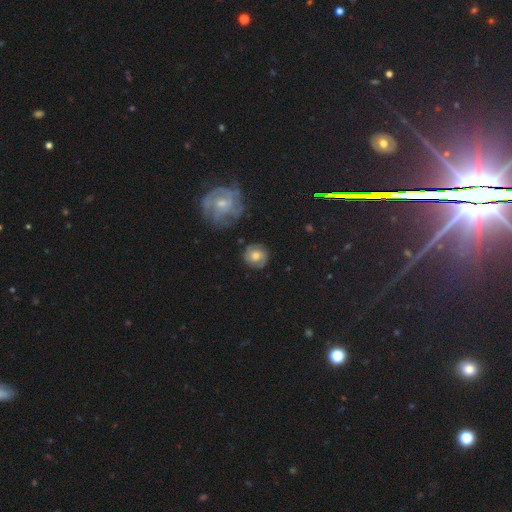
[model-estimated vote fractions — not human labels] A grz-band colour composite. It shows a smooth galaxy with no disk features (47%). Merging: none (80%).